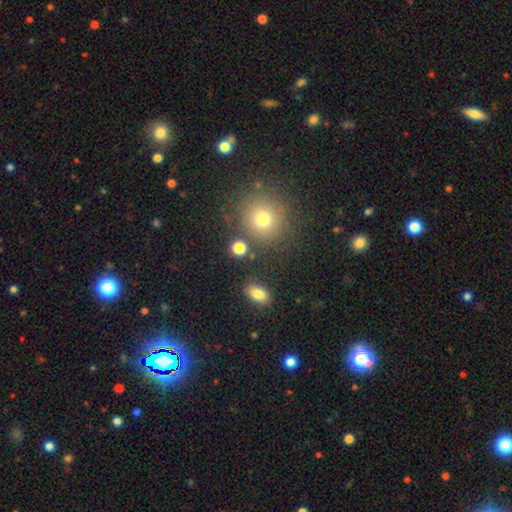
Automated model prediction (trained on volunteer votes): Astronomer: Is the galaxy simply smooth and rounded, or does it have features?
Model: smooth — 51% (runner-up: star or artifact, 40%).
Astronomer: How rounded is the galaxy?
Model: round — 91%.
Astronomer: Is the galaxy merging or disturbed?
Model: none — 86%.